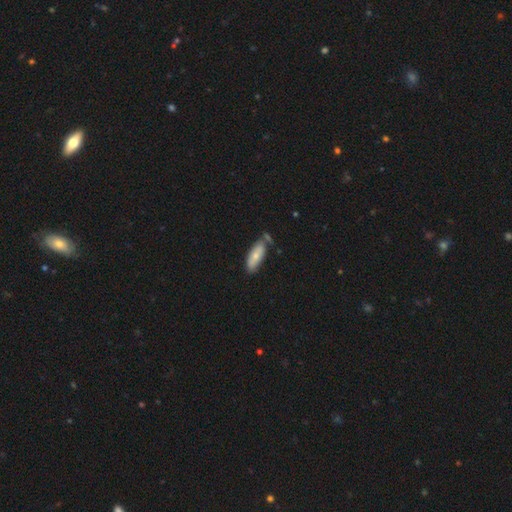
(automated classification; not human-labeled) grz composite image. It shows a smooth galaxy with no disk features (70%) that is in between round and cigar-shaped (73%). Merging: none (60%).